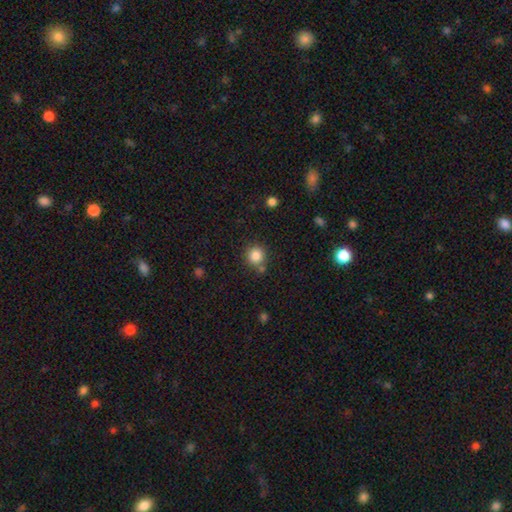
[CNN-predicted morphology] Smooth or featured: smooth — 84% (star or artifact — 11%)
How rounded: round — 91% (in between — 8%)
Merging: none — 76% (merger — 11%)